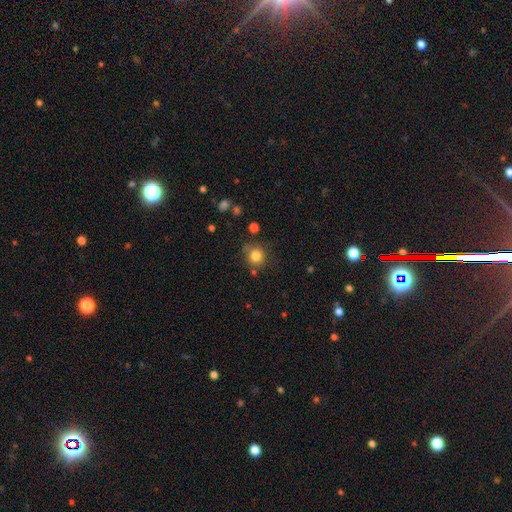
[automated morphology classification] type=smooth (82%); roundness=round (88%); merging=none (75%).